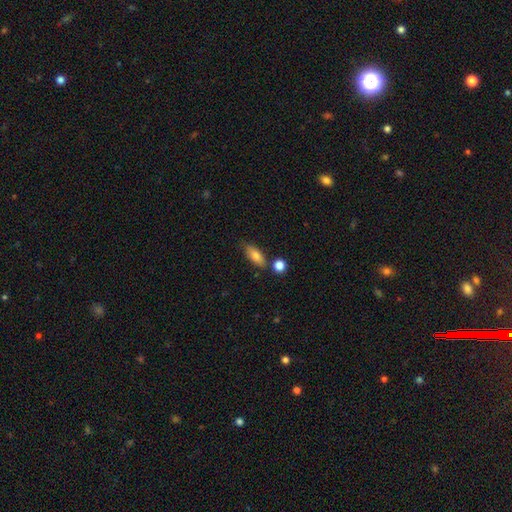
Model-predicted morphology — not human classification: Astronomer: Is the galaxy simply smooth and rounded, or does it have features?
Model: smooth — 79%.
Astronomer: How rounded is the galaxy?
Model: in between — 75%.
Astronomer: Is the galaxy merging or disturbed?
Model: none — 70%.